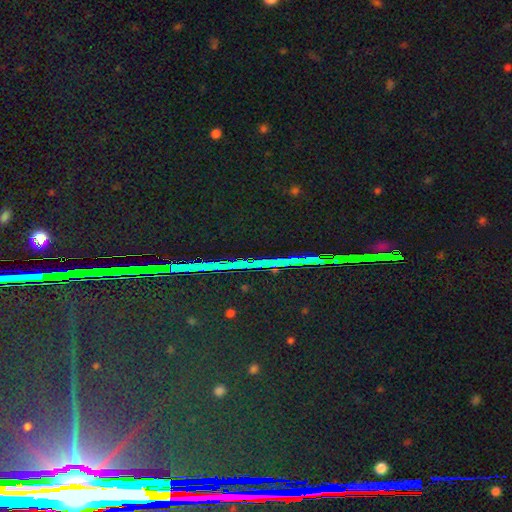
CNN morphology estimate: Overall: star or artifact (83%).